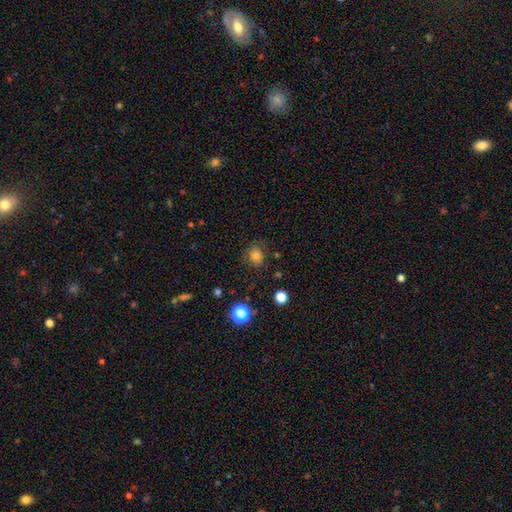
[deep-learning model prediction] Smooth or featured? smooth (77%)
How rounded? round (75%)
Merging? none (71%)